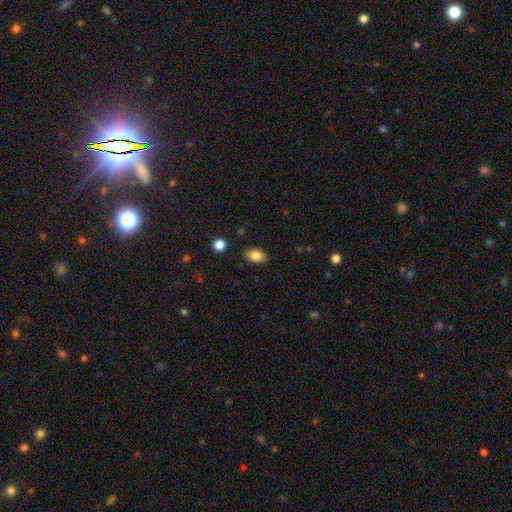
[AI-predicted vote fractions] A smooth galaxy with no disk features (81%) that is in between round and cigar-shaped (90%).

Vote fractions:
- Smooth or featured? smooth: 81% / featured or disk: 11% / star or artifact: 8%
- How rounded? in between: 90% / round: 8% / cigar-shaped: 2%
- Merging? none: 87% / minor disturbance: 10% / major disturbance: 2% / merger: 2%